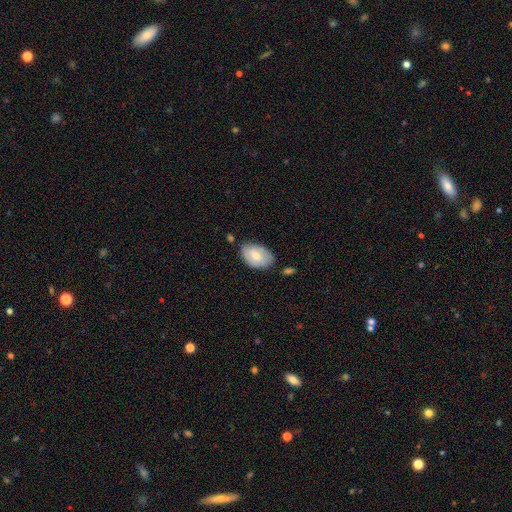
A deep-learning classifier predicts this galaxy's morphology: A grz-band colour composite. It shows a smooth galaxy with no disk features (65%) that is in between round and cigar-shaped (89%). Merging: none (68%).